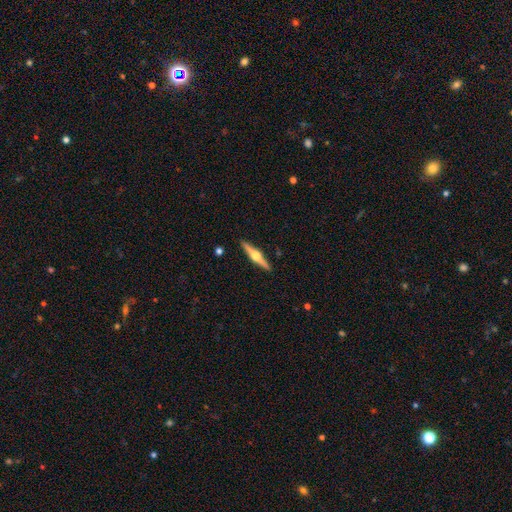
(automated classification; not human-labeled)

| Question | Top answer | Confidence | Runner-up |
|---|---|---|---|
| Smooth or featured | featured or disk | 76% | smooth (19%) |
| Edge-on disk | yes | 98% | no (2%) |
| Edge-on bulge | rounded | 96% | boxy (3%) |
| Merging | none | 91% | minor disturbance (6%) |